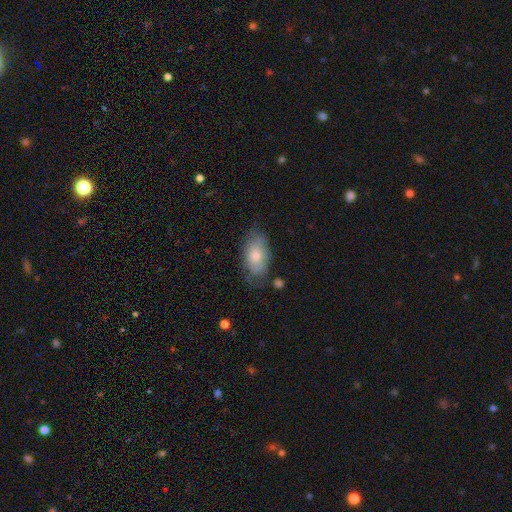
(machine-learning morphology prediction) This appears to be a smooth galaxy with no disk features (67%) that is in between round and cigar-shaped (92%). Merging: none (67%).